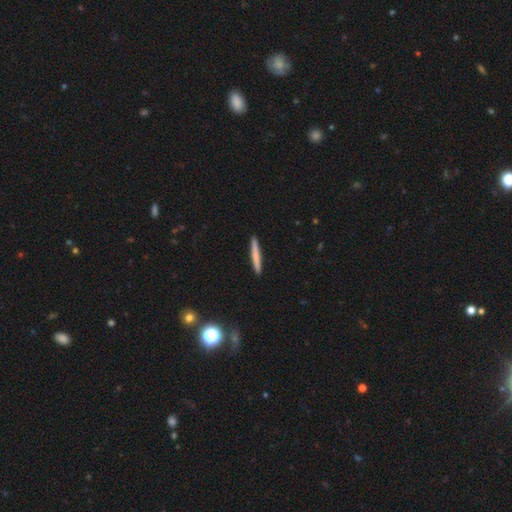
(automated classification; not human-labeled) Morphology: type=smooth (73%); roundness=cigar-shaped (96%); merging=none (92%).